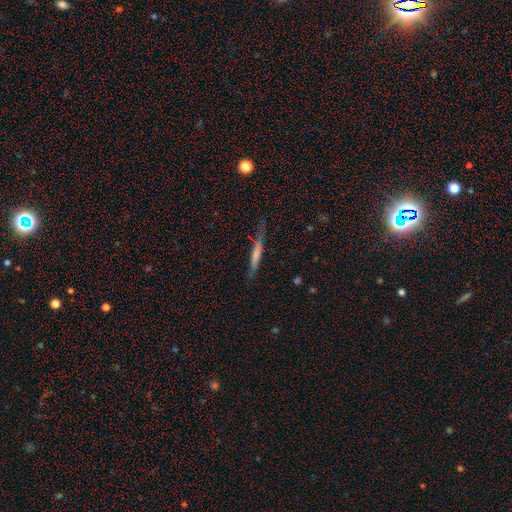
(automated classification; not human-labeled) Smooth or featured? Predicted: smooth (p=0.54). How rounded? Predicted: cigar-shaped (p=0.93). Merging? Predicted: none (p=0.69).